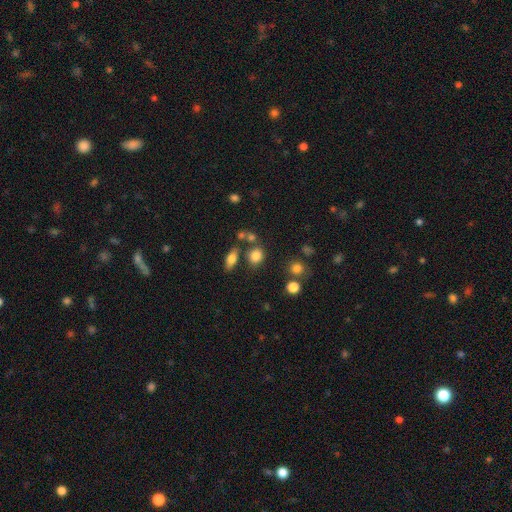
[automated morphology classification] This appears to be a smooth galaxy with no disk features (80%) that is round (55%). Merging: none (68%).